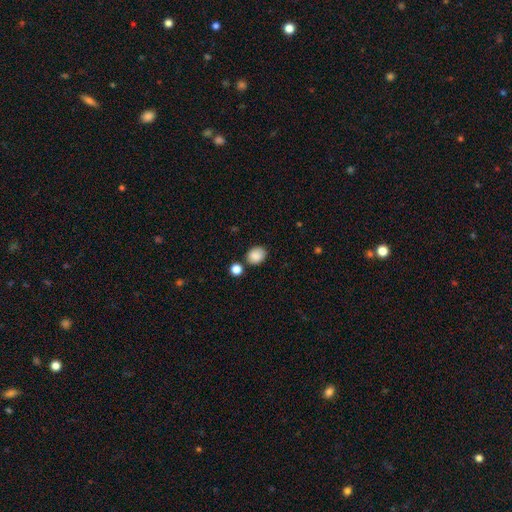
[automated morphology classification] smooth_or_featured: smooth (p=0.87) [alt: star or artifact p=0.09]
how_rounded: round (p=0.51) [alt: in between p=0.48]
merging: none (p=0.78) [alt: minor disturbance p=0.12]